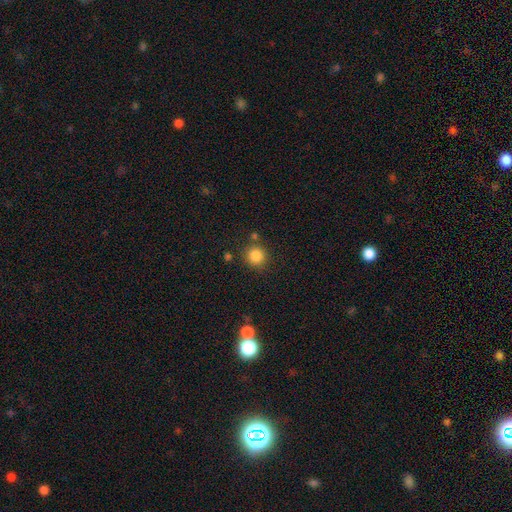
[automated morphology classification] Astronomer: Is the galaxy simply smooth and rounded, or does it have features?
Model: smooth — 85%.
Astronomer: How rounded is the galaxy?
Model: round — 92%.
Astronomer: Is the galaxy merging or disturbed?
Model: none — 82%.